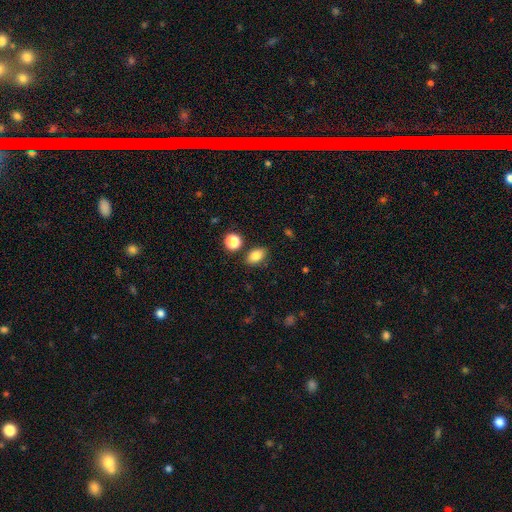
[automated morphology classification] The model was most divided on "how rounded": in between: 83%, round: 16%, cigar-shaped: 2%. More confident: smooth or featured — smooth (84%); merging — none (81%).